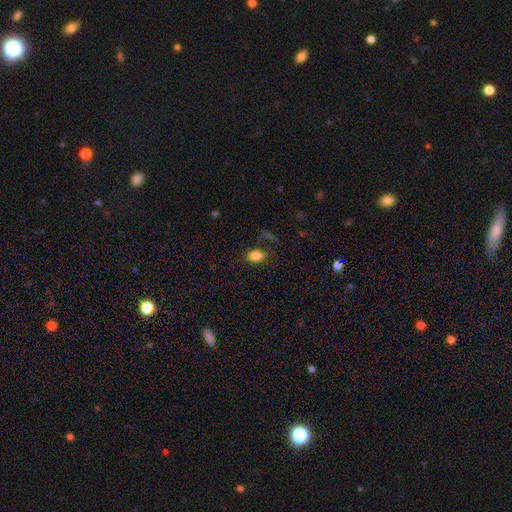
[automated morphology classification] The model was most divided on "merging": none: 76%, minor disturbance: 15%, major disturbance: 7%, merger: 3%. More confident: smooth or featured — smooth (83%); how rounded — in between (82%).